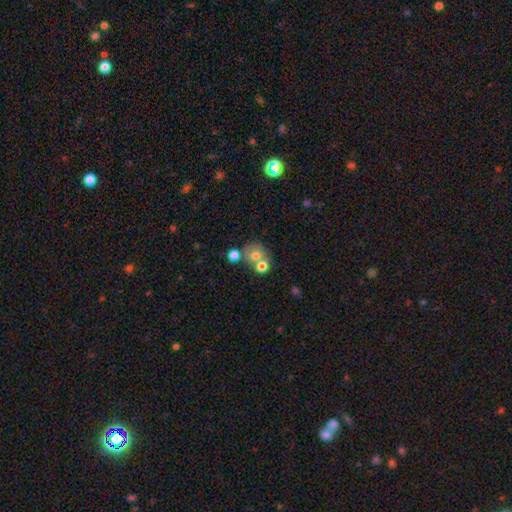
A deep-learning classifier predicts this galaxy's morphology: Q: Smooth or featured?
A: smooth (66%); runner-up: featured or disk (22%)
Q: How rounded?
A: round (74%); runner-up: in between (25%)
Q: Merging?
A: merger (47%); runner-up: none (38%)